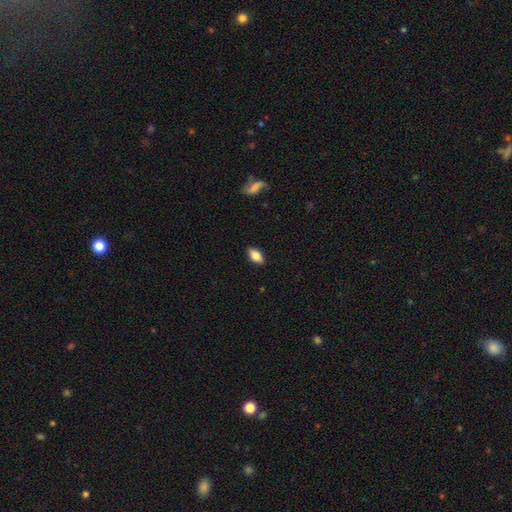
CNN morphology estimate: smooth-or-featured: smooth: 67% | featured or disk: 25% | star or artifact: 8%
  how-rounded: in between: 85% | cigar-shaped: 10% | round: 5%
  merging: none: 87% | minor disturbance: 10% | major disturbance: 2% | merger: 1%